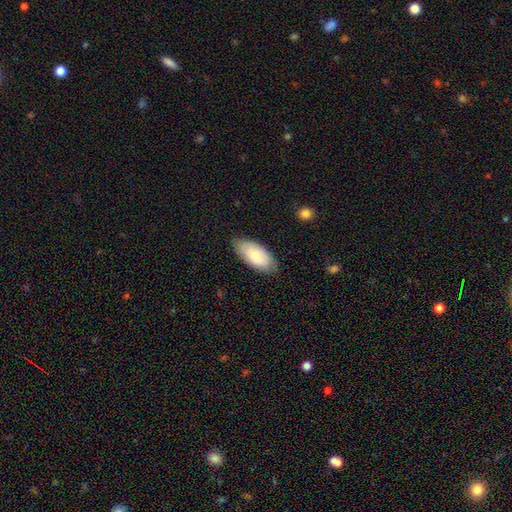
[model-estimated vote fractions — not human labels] Morphology: type=smooth (73%); roundness=in between (92%); merging=none (80%).